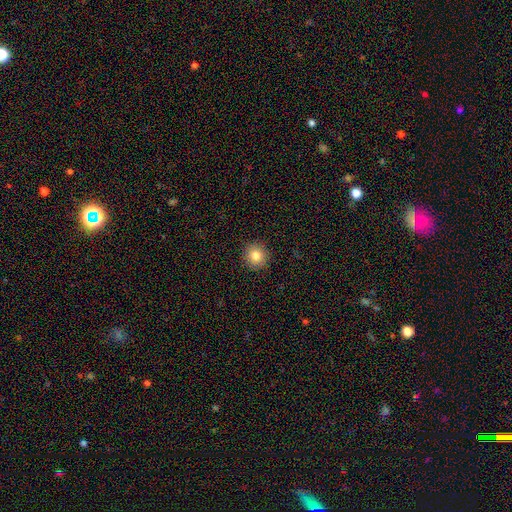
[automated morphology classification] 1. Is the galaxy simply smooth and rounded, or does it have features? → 82% smooth, 10% star or artifact, 7% featured or disk.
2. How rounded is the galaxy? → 93% round, 6% in between, 1% cigar-shaped.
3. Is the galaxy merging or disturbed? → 92% none, 5% minor disturbance, 2% major disturbance, 1% merger.